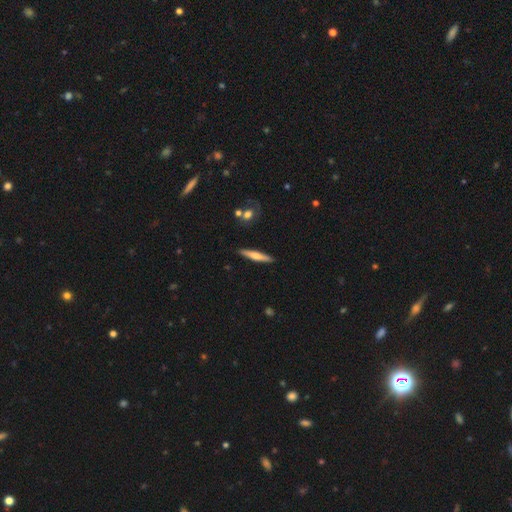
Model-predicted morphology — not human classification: Smooth or featured?
  - smooth: 54% *
  - featured or disk: 40%
  - star or artifact: 6%
How rounded?
  - cigar-shaped: 91% *
  - in between: 8%
  - round: 2%
Merging?
  - none: 89% *
  - minor disturbance: 8%
  - merger: 2%
  - major disturbance: 2%